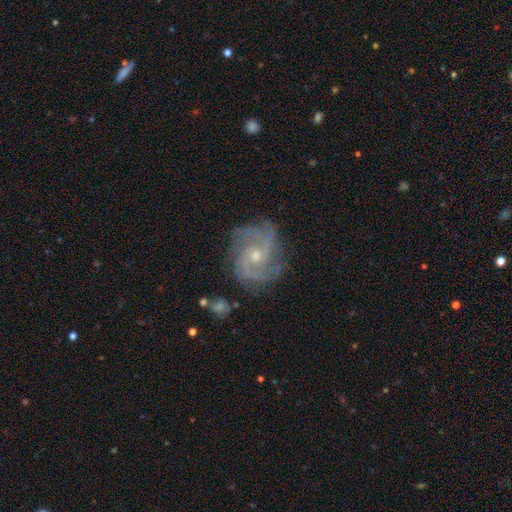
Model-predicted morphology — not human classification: smooth-or-featured: featured or disk: 88% | star or artifact: 6% | smooth: 6%
  disk-edge-on: no: 98% | yes: 2%
    bar: no: 67% | weak: 29% | strong: 5%
    has-spiral-arms: yes: 97% | no: 3%
      spiral-winding: medium: 47% | tight: 41% | loose: 12%
      spiral-arm-count: 3: 34% | 2: 29% | can't tell: 14% | 4: 12% | more than 4: 5% | 1: 5%
    bulge-size: moderate: 49% | small: 48% | large: 2% | none: 1% | dominant: 1%
  merging: none: 74% | minor disturbance: 18% | major disturbance: 7% | merger: 2%